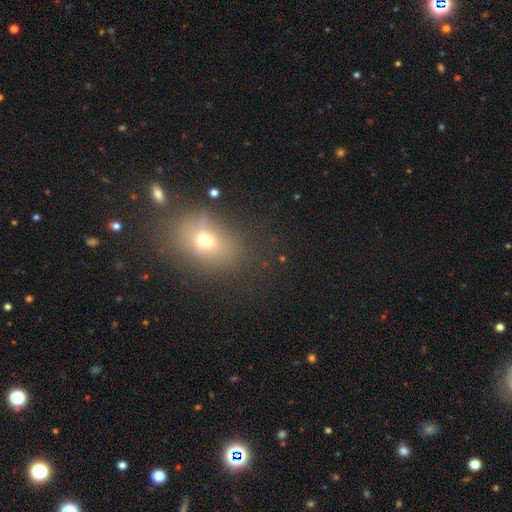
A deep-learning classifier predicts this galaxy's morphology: smooth_or_featured: smooth (p=0.62) [alt: star or artifact p=0.26]
how_rounded: in between (p=0.65) [alt: round p=0.33]
merging: none (p=0.82) [alt: minor disturbance p=0.11]